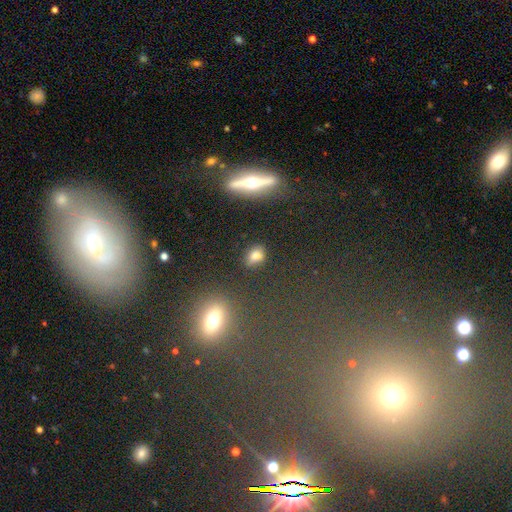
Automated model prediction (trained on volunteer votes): A smooth galaxy with no disk features (77%) that is in between round and cigar-shaped (70%).

Vote fractions:
- Smooth or featured? smooth: 77% / star or artifact: 15% / featured or disk: 8%
- How rounded? in between: 70% / round: 27% / cigar-shaped: 3%
- Merging? none: 71% / minor disturbance: 15% / merger: 10% / major disturbance: 4%